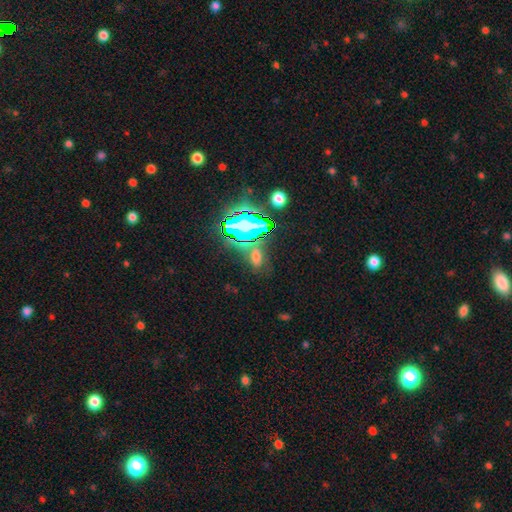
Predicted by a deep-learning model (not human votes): smooth-or-featured: smooth: 44% | star or artifact: 43% | featured or disk: 13%
  merging: none: 70% | minor disturbance: 14% | merger: 8% | major disturbance: 7%